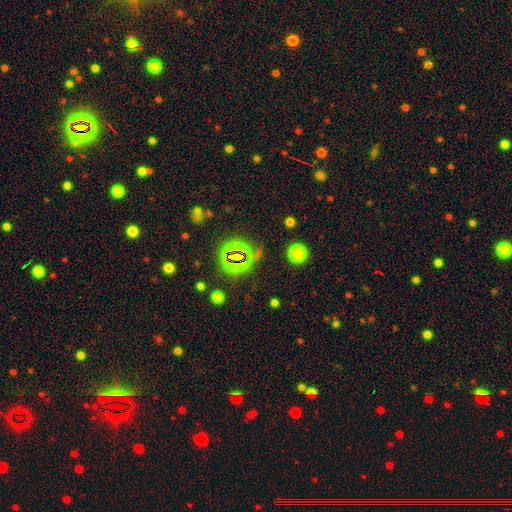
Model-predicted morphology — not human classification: Smooth or featured? star or artifact (72%)